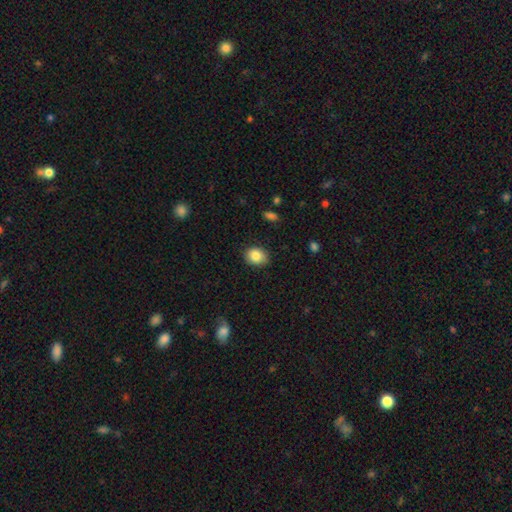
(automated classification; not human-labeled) Smooth or featured: smooth — 86% (star or artifact — 8%)
How rounded: in between — 57% (round — 42%)
Merging: none — 86% (minor disturbance — 11%)